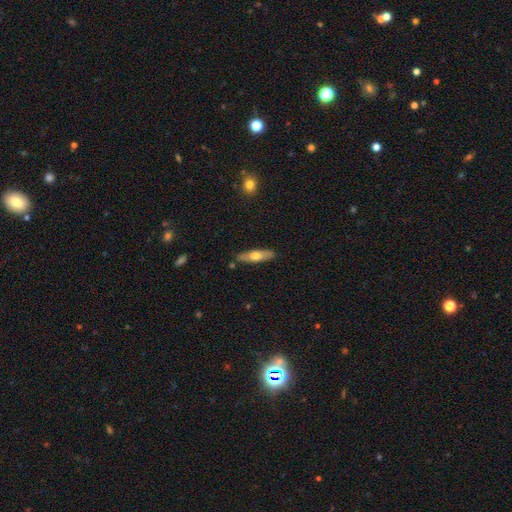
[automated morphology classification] Smooth or featured: smooth — 57% (featured or disk — 37%)
How rounded: cigar-shaped — 63% (in between — 35%)
Merging: none — 84% (minor disturbance — 11%)